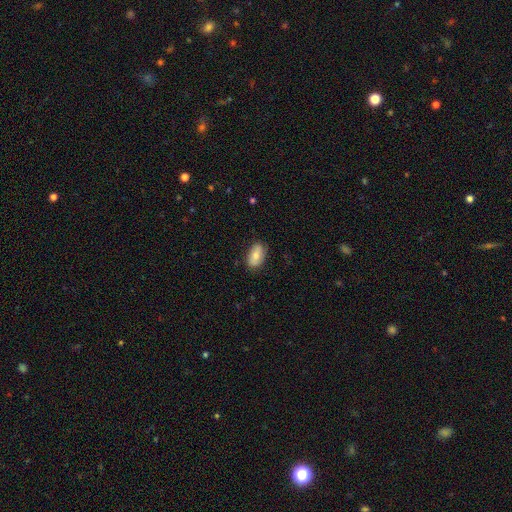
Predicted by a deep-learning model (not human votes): This is likely a smooth galaxy (72%). How rounded: clearly in between (92%). Merging: clearly none (83%).